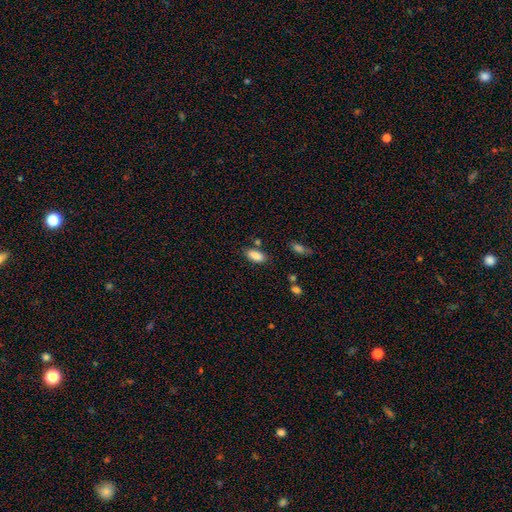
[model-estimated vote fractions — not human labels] smooth_or_featured: smooth (p=0.88) [alt: star or artifact p=0.08]
how_rounded: in between (p=0.88) [alt: cigar-shaped p=0.09]
merging: none (p=0.78) [alt: minor disturbance p=0.13]